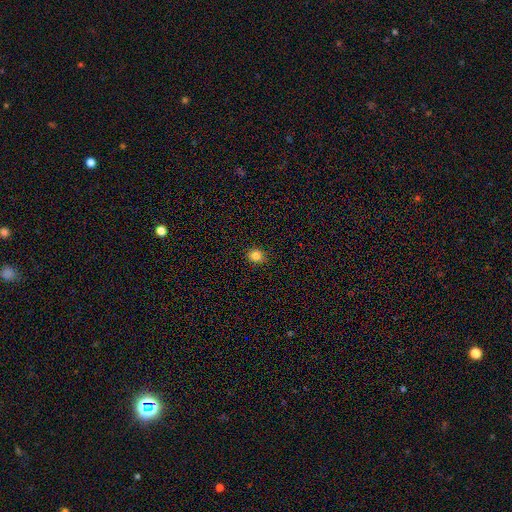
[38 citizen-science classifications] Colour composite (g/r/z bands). It shows a smooth galaxy with no disk features (89%) that is round (79%). Merging: none (92%).